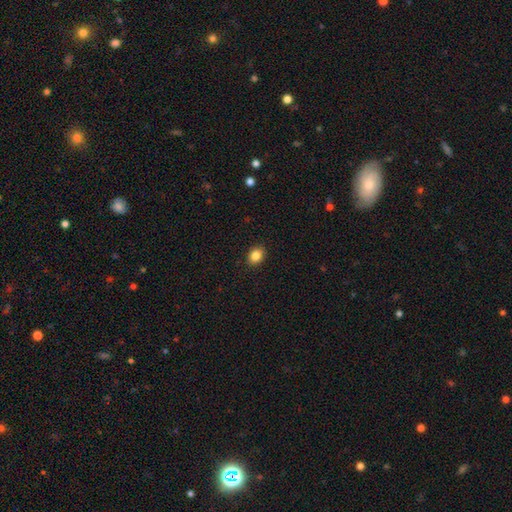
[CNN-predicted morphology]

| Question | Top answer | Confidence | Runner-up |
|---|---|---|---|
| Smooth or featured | smooth | 85% | star or artifact (10%) |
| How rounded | in between | 53% | round (46%) |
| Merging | none | 90% | minor disturbance (7%) |